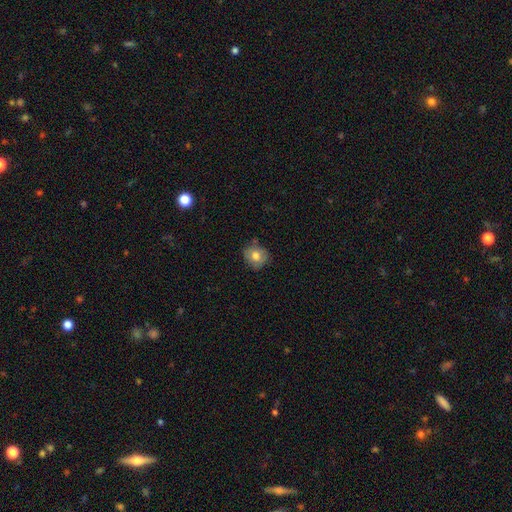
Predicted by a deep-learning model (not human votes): A smooth galaxy with no disk features (74%) that is round (79%). Merging: none (74%).